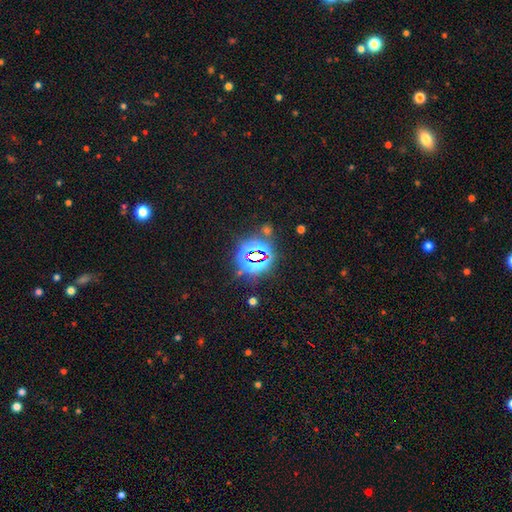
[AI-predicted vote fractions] Smooth or featured?
  - star or artifact: 77% *
  - smooth: 15%
  - featured or disk: 8%